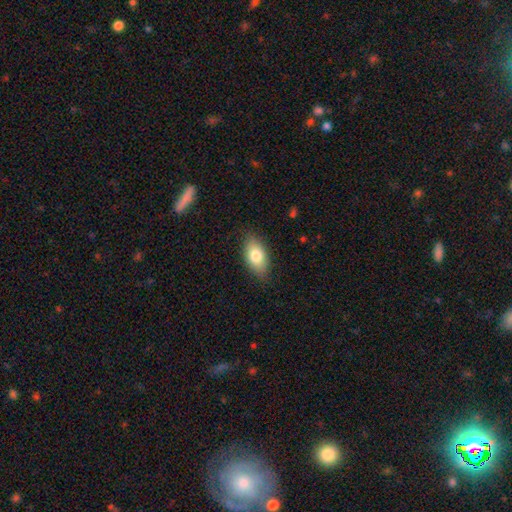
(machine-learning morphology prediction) Smooth or featured: smooth — 79% (featured or disk — 14%)
How rounded: in between — 91% (cigar-shaped — 5%)
Merging: none — 83% (minor disturbance — 13%)